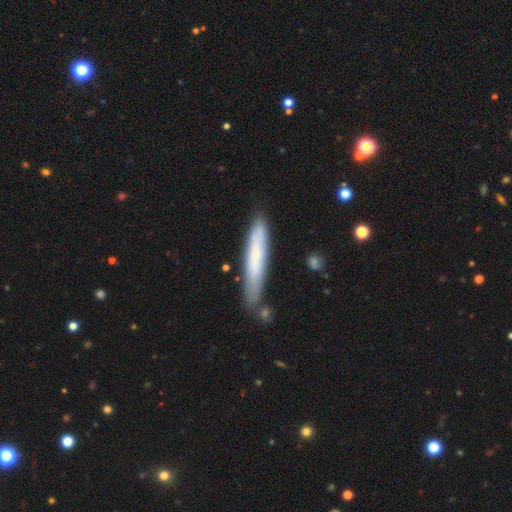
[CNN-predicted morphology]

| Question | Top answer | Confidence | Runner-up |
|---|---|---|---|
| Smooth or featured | smooth | 60% | featured or disk (33%) |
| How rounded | cigar-shaped | 92% | in between (7%) |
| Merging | none | 78% | minor disturbance (14%) |